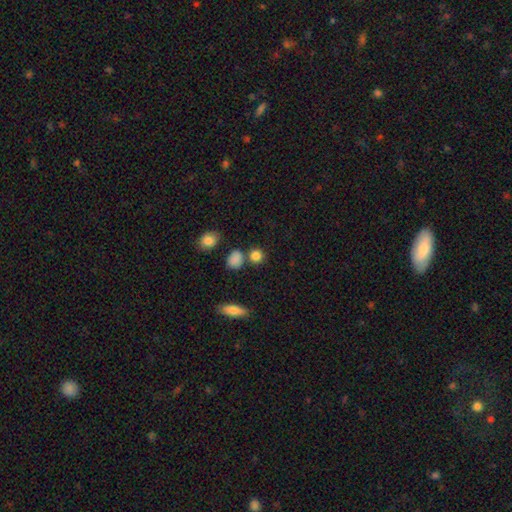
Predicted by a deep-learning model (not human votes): smooth 84%, star or artifact 11%, featured or disk 5%. Down the decision tree: how rounded — round (84%); merging — none (72%).